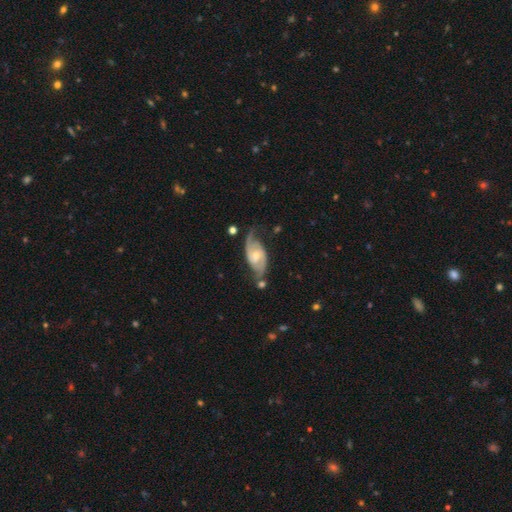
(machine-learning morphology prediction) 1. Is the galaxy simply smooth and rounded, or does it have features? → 87% featured or disk, 8% smooth, 5% star or artifact.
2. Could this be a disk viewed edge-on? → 96% no, 4% yes.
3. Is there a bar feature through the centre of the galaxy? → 46% weak, 41% no, 13% strong.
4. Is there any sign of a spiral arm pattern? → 97% yes, 3% no.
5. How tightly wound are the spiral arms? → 49% medium, 26% tight, 25% loose.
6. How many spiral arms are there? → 90% 2, 4% can't tell, 2% 3, 2% 1, 1% 4, 1% more than 4.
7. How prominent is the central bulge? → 51% moderate, 43% small, 3% large, 2% none, 1% dominant.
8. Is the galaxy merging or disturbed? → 65% none, 20% minor disturbance, 8% major disturbance, 6% merger.